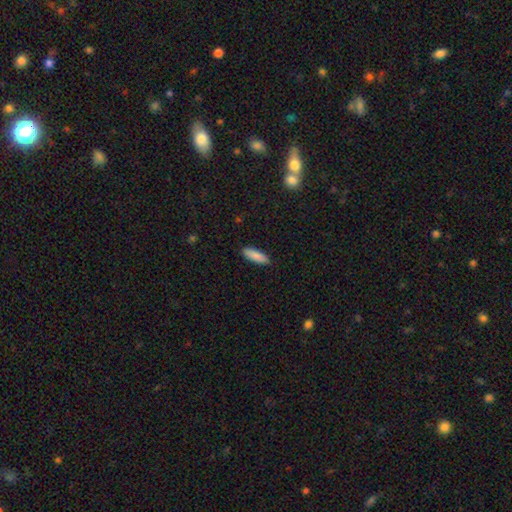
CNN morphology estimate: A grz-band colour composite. It shows a smooth galaxy with no disk features (87%) that is cigar-shaped (51%). Merging: none (89%).